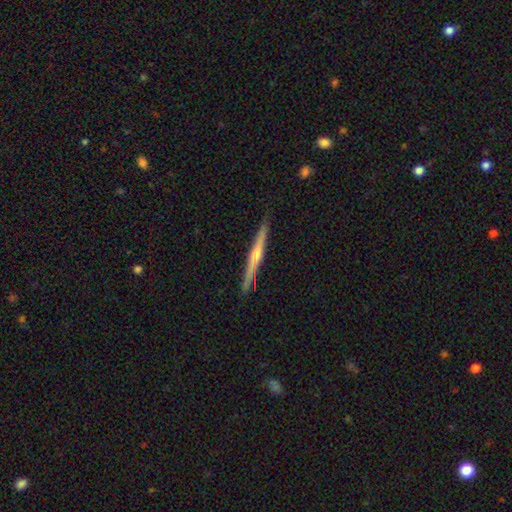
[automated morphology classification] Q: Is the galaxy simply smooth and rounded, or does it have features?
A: featured or disk — 72%.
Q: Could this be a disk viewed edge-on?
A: yes — 98%.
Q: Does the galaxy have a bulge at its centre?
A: rounded — 74%.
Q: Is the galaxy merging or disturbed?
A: none — 91%.